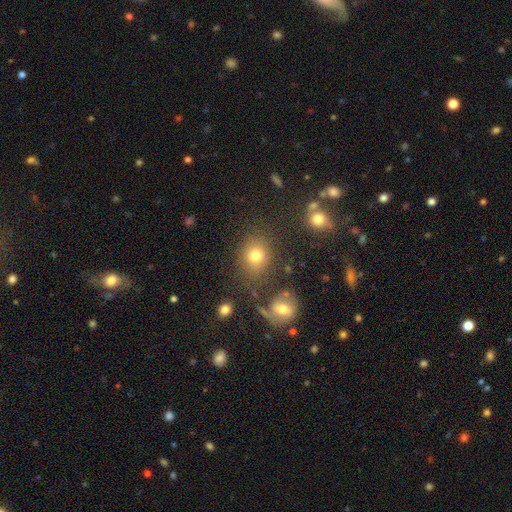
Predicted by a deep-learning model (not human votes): Smooth or featured? smooth (76%)
How rounded? round (66%)
Merging? none (72%)